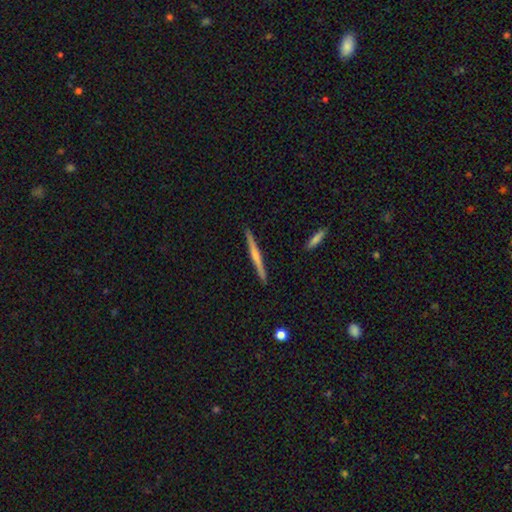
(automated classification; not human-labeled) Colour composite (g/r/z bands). It shows a featured or disk galaxy (63%) viewed edge-on (98%) with a rounded central bulge (58%). Merging: none (92%).